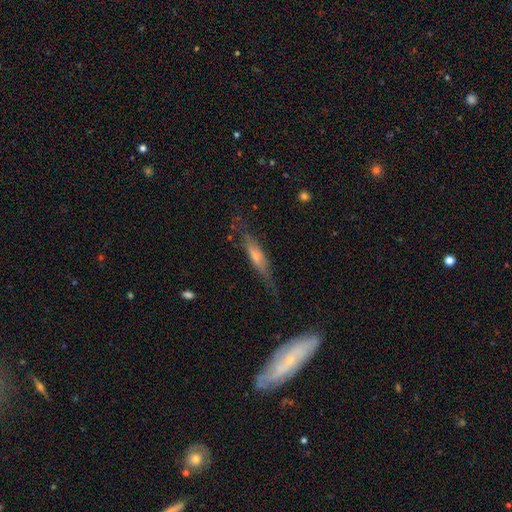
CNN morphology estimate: A featured or disk galaxy (61%) viewed edge-on (85%) with a rounded central bulge (59%). Merging: none (70%).